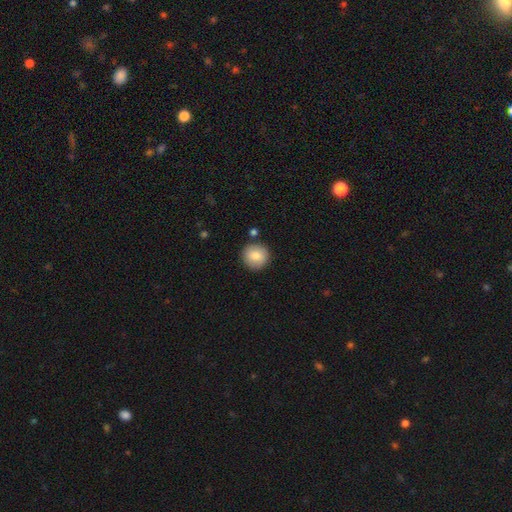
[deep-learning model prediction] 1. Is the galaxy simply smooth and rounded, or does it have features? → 84% smooth, 8% featured or disk, 7% star or artifact.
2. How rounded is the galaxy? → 94% round, 5% in between, 1% cigar-shaped.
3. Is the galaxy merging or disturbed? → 86% none, 8% minor disturbance, 4% merger, 2% major disturbance.